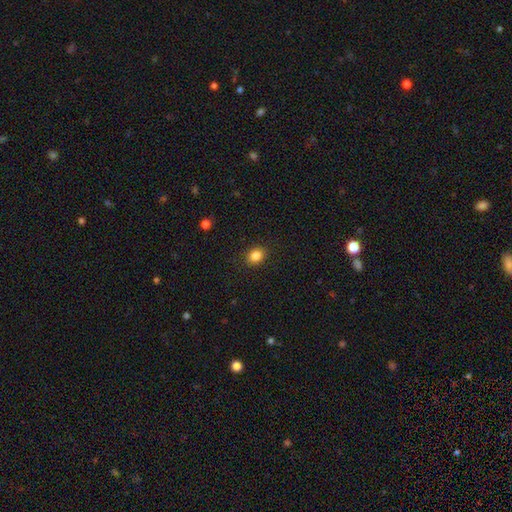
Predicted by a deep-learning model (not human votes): A smooth galaxy with no disk features (85%) that is round (53%). Merging: none (89%).